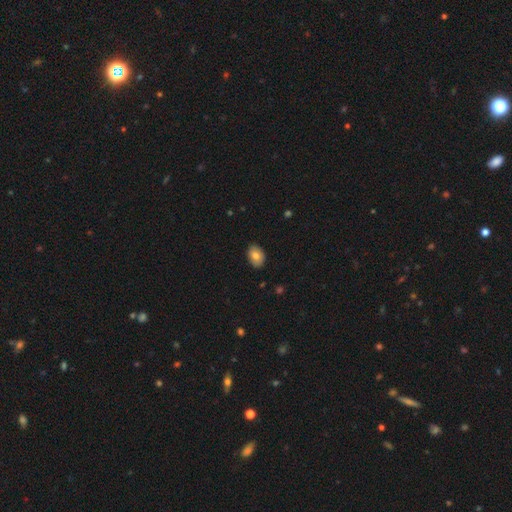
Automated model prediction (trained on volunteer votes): smooth_or_featured: smooth (p=0.79) [alt: featured or disk p=0.13]
how_rounded: in between (p=0.81) [alt: round p=0.18]
merging: none (p=0.86) [alt: minor disturbance p=0.11]